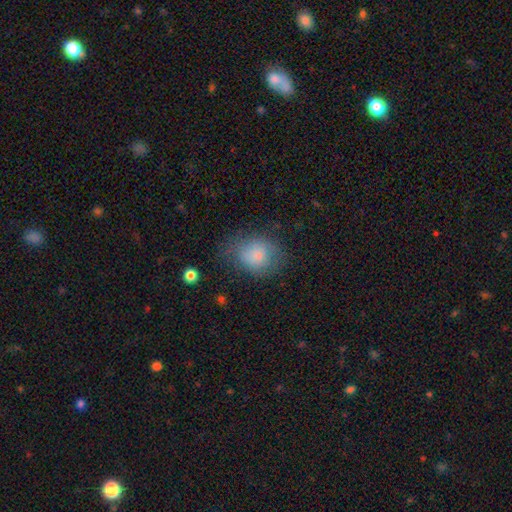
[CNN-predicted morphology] type=smooth (79%); roundness=round (54%); merging=none (62%).